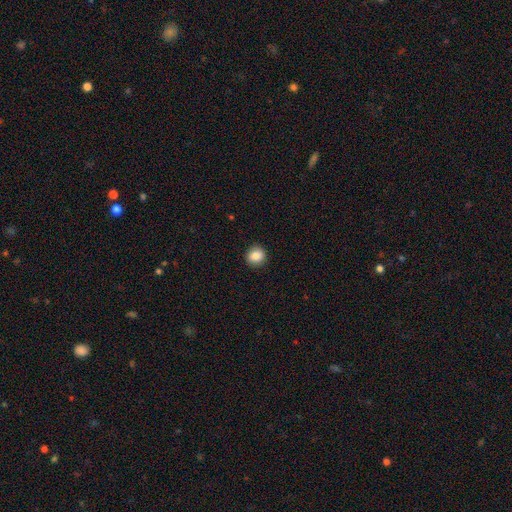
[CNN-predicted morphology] Smooth or featured: smooth — 86% (star or artifact — 9%)
How rounded: round — 85% (in between — 14%)
Merging: none — 90% (minor disturbance — 7%)